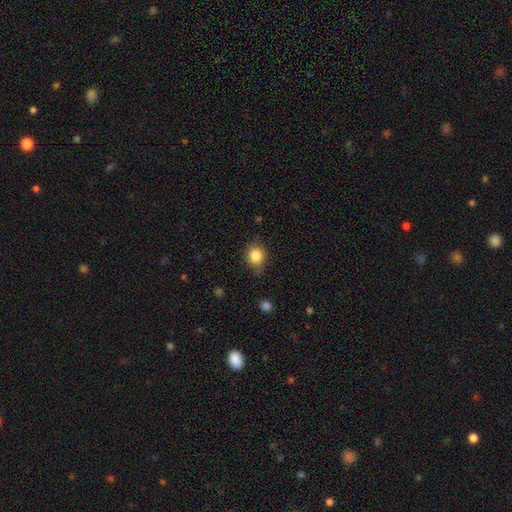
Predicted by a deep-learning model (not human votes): Smooth or featured?
  - smooth: 84% *
  - star or artifact: 10%
  - featured or disk: 7%
How rounded?
  - round: 66% *
  - in between: 33%
  - cigar-shaped: 1%
Merging?
  - none: 75% *
  - minor disturbance: 19%
  - major disturbance: 4%
  - merger: 2%